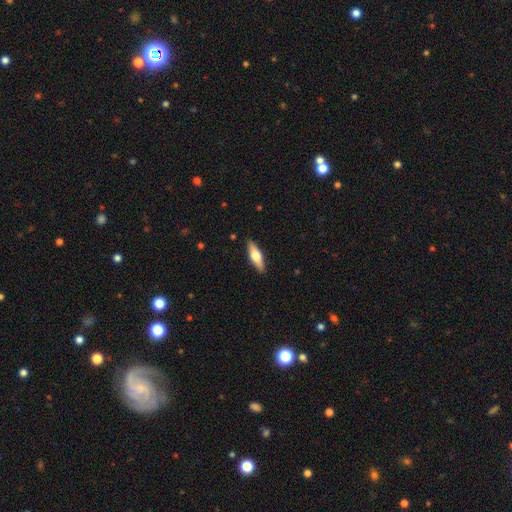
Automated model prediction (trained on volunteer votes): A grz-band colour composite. It shows a smooth galaxy with no disk features (48%). Merging: none (89%).